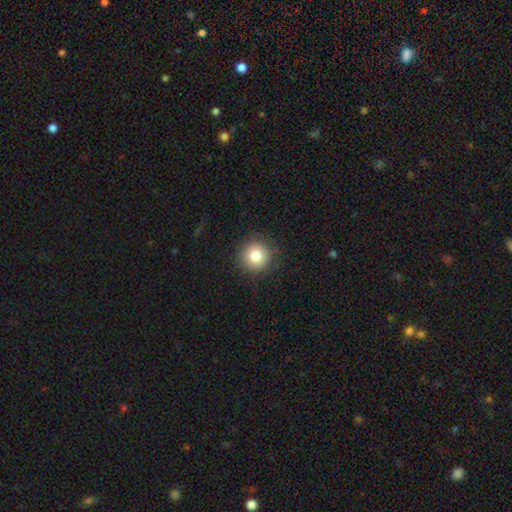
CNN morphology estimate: A smooth galaxy with no disk features (80%) that is round (95%). Merging: none (90%).